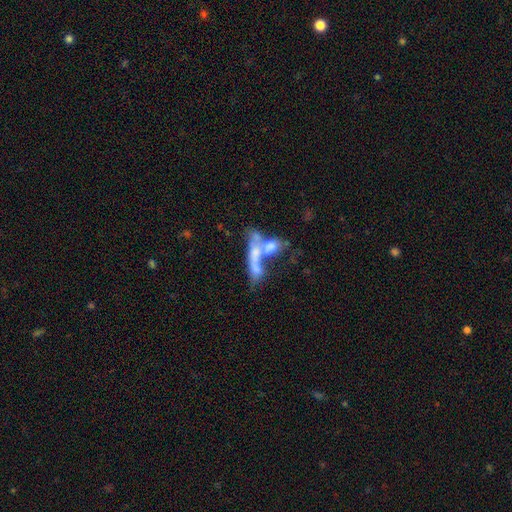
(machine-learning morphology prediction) Smooth or featured? featured or disk (50%)
Merging? merger (57%)